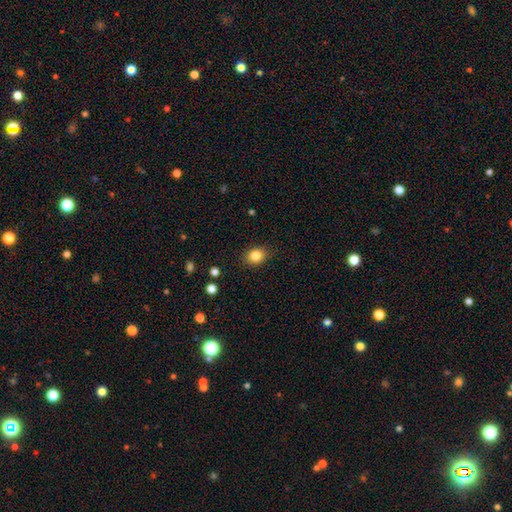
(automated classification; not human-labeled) Q: Smooth or featured?
A: smooth (84%); runner-up: star or artifact (10%)
Q: How rounded?
A: round (51%); runner-up: in between (48%)
Q: Merging?
A: none (86%); runner-up: minor disturbance (10%)